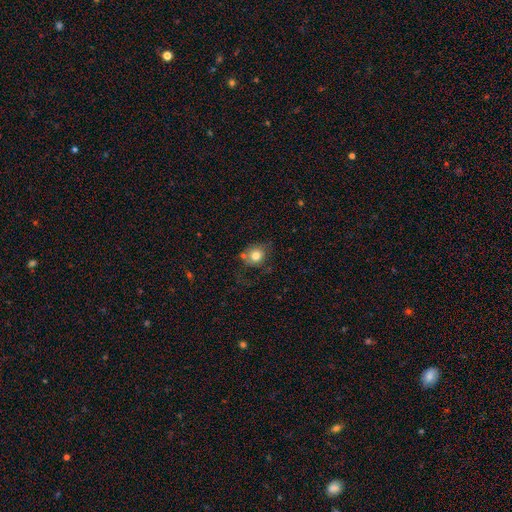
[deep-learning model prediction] A smooth galaxy with no disk features (78%) that is round (73%). Merging: none (56%).